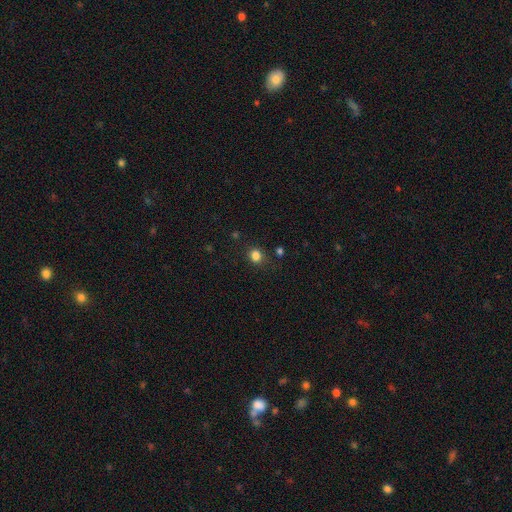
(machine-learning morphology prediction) smooth 82%, star or artifact 14%, featured or disk 5%. Down the decision tree: how rounded — round (70%); merging — none (79%).